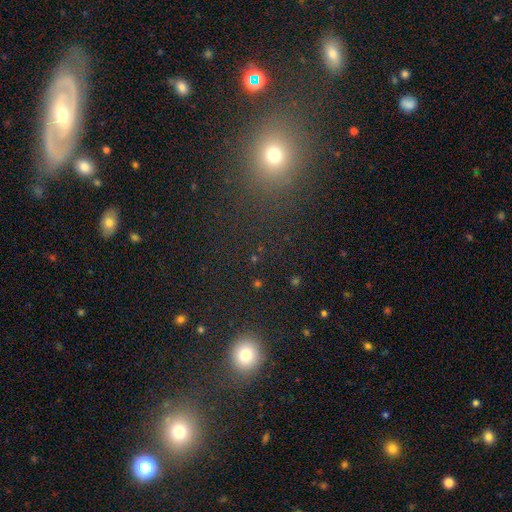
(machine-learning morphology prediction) Smooth or featured? Predicted: smooth (p=0.51). How rounded? Predicted: round (p=0.81). Merging? Predicted: none (p=0.84).